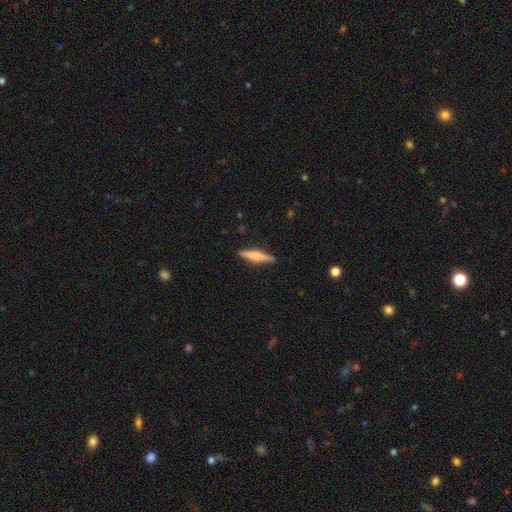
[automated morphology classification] This is possibly a featured or disk galaxy (49%). Merging: clearly none (89%).